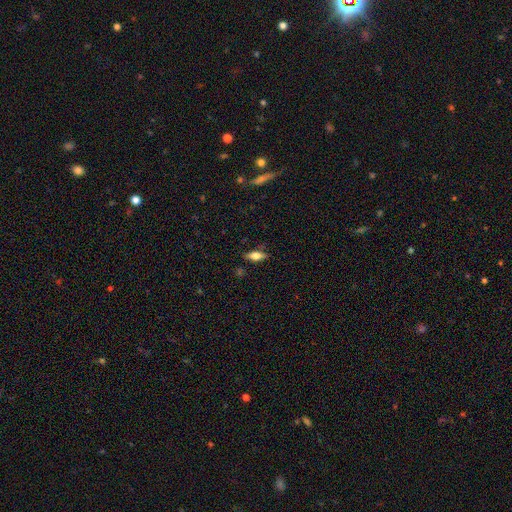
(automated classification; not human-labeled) smooth_or_featured: smooth (p=0.57) [alt: featured or disk p=0.35]
how_rounded: in between (p=0.68) [alt: cigar-shaped p=0.29]
merging: none (p=0.83) [alt: minor disturbance p=0.12]